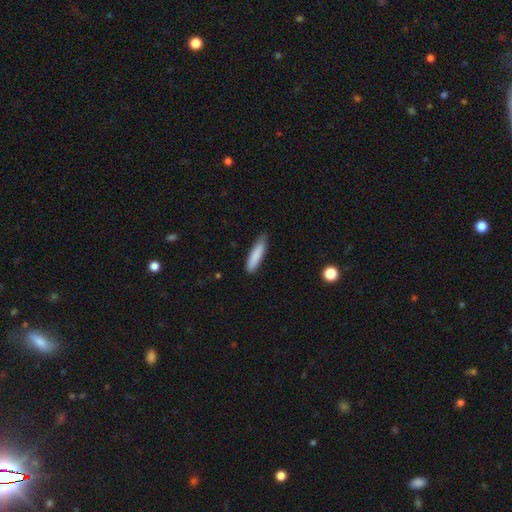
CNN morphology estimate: A smooth galaxy with no disk features (86%) that is cigar-shaped (74%). Merging: none (76%).